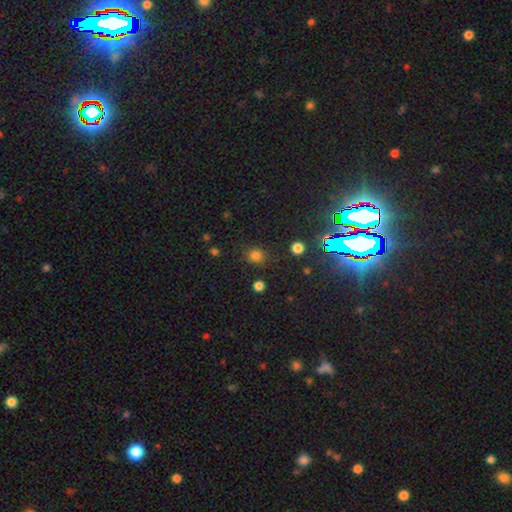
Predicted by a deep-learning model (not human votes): This is likely a smooth galaxy (77%). How rounded: clearly round (83%). Merging: clearly none (83%).